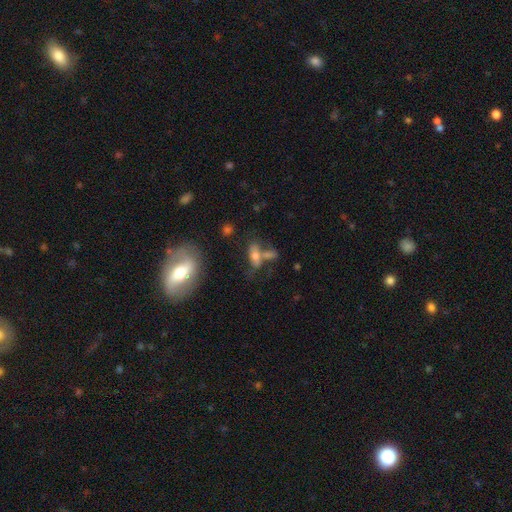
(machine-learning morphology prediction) smooth_or_featured: featured or disk (p=0.39) [alt: smooth p=0.36]
merging: none (p=0.58) [alt: merger p=0.18]